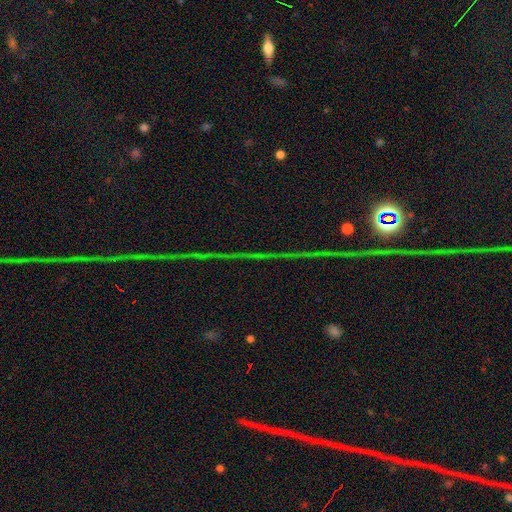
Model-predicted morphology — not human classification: This appears to be a star or artifact, not a galaxy (79%).